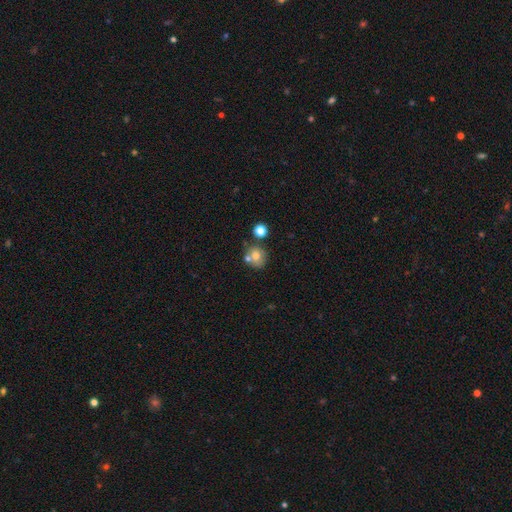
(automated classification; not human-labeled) smooth-or-featured: smooth: 69% | featured or disk: 19% | star or artifact: 12%
  how-rounded: round: 79% | in between: 20% | cigar-shaped: 1%
  merging: none: 57% | merger: 27% | minor disturbance: 12% | major disturbance: 4%